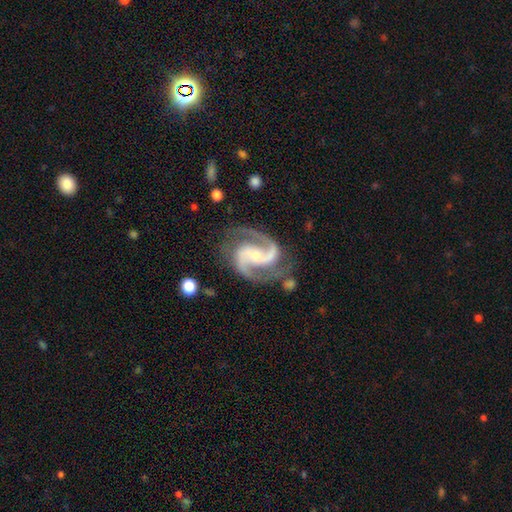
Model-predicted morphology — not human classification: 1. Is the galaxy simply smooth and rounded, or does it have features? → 94% featured or disk, 4% star or artifact, 2% smooth.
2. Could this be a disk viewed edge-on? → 98% no, 2% yes.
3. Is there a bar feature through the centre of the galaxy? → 37% weak, 36% no, 27% strong.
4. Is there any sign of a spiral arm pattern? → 99% yes, 1% no.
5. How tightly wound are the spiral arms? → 67% medium, 19% tight, 14% loose.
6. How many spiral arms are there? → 93% 2, 2% 3, 1% can't tell, 1% 1, 1% 4, 1% more than 4.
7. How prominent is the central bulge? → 54% small, 39% moderate, 3% none, 2% large, 1% dominant.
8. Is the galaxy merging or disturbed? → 76% none, 15% minor disturbance, 6% major disturbance, 3% merger.